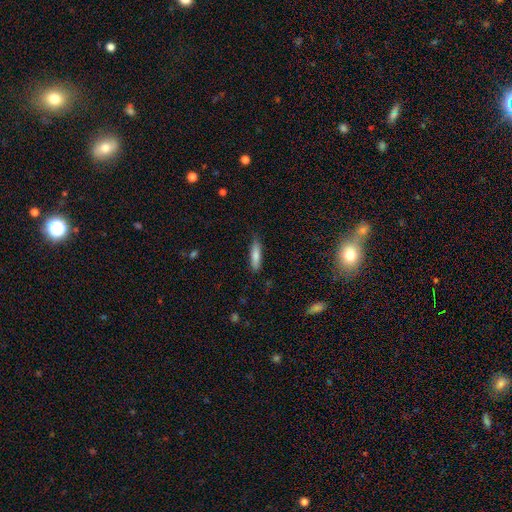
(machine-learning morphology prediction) Overall: smooth (76%). How rounded: cigar-shaped (73%). Merging: none (82%).